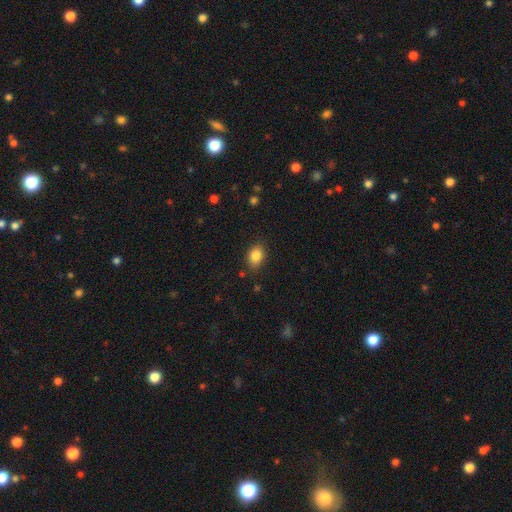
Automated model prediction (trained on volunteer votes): smooth-or-featured: smooth: 86% | star or artifact: 9% | featured or disk: 6%
  how-rounded: in between: 76% | round: 23% | cigar-shaped: 1%
  merging: none: 83% | minor disturbance: 13% | major disturbance: 3% | merger: 2%